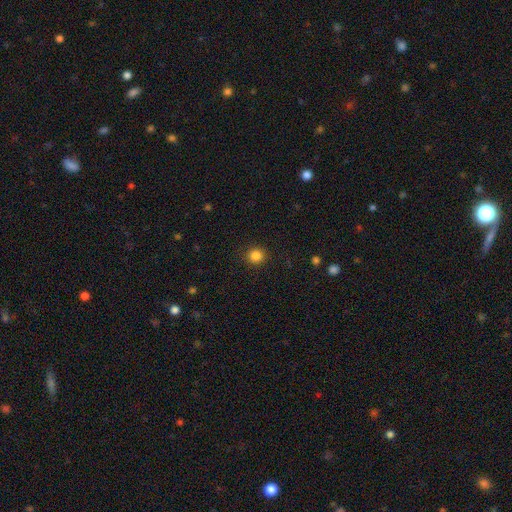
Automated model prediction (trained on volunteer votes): Smooth or featured? Predicted: smooth (p=0.84). How rounded? Predicted: round (p=0.91). Merging? Predicted: none (p=0.91).